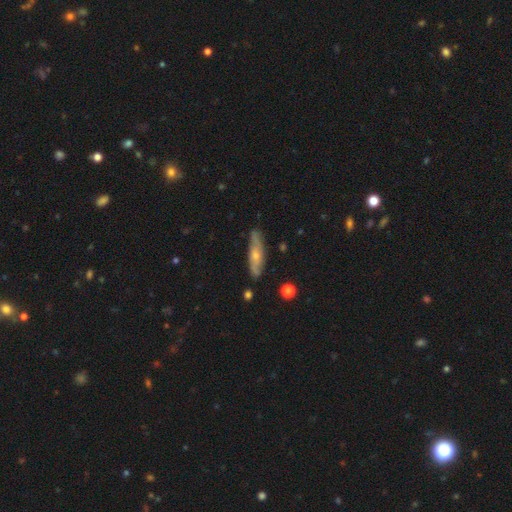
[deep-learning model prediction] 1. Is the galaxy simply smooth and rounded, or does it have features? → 55% featured or disk, 39% smooth, 6% star or artifact.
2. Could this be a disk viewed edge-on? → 50% no (tied), 50% yes (tied).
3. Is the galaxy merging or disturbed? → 77% none, 17% minor disturbance, 3% major disturbance, 2% merger.